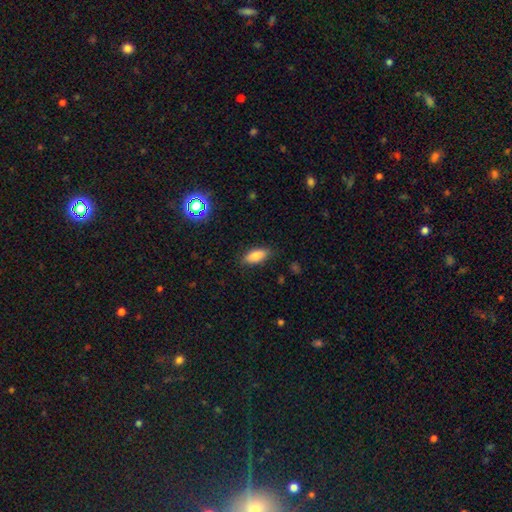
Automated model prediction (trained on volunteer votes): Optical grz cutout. It shows a smooth galaxy with no disk features (83%) that is in between round and cigar-shaped (83%). Merging: none (85%).